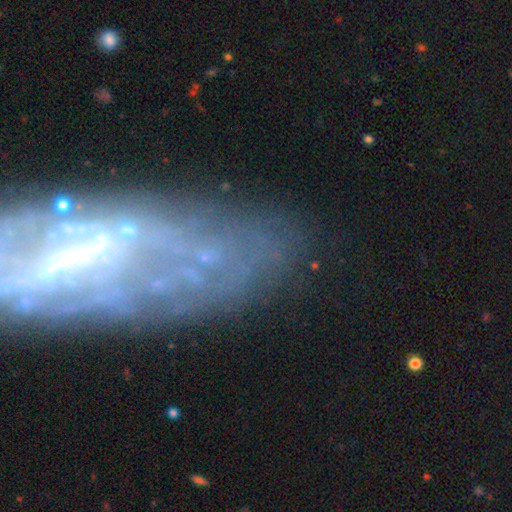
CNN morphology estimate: This appears to be a featured or disk galaxy (61%) with no bar (53%), no spiral arms (70%) and no central bulge (53%). Merging: none (49%).